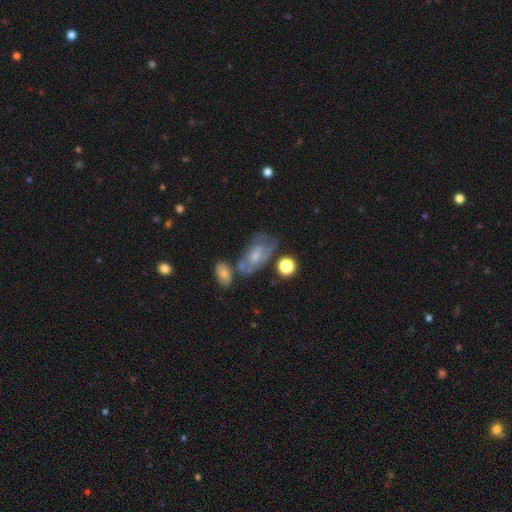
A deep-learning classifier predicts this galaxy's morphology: The model was most divided on "smooth or featured": featured or disk: 53%, smooth: 34%, star or artifact: 13%. Remaining: edge-on disk — no (93%); merging — none (50%).